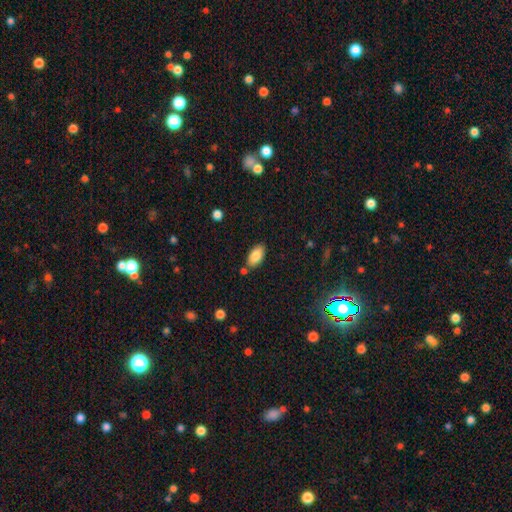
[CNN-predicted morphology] Smooth or featured: smooth — 84% (featured or disk — 9%)
How rounded: in between — 94% (cigar-shaped — 4%)
Merging: none — 80% (minor disturbance — 12%)